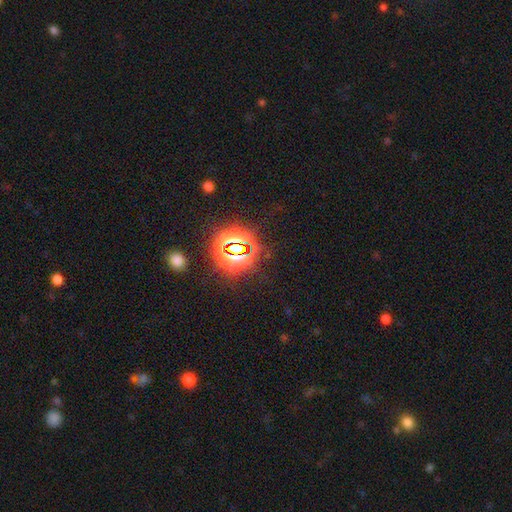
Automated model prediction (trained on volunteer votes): This appears to be a star or artifact, not a galaxy (80%).